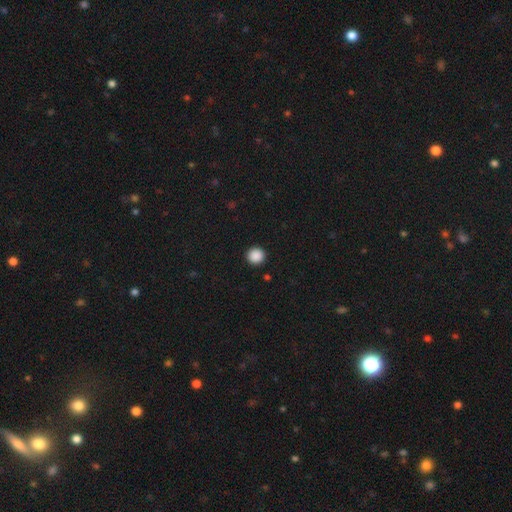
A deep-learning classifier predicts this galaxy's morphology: A smooth galaxy with no disk features (89%) that is round (95%).

Vote fractions:
- Smooth or featured? smooth: 89% / star or artifact: 9% / featured or disk: 2%
- How rounded? round: 95% / in between: 4% / cigar-shaped: 1%
- Merging? none: 93% / minor disturbance: 4% / major disturbance: 2% / merger: 1%